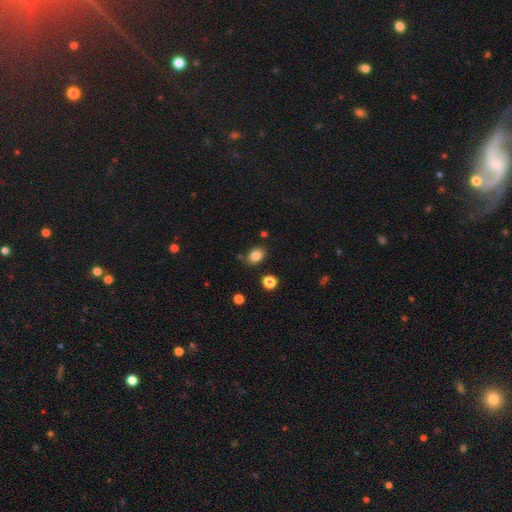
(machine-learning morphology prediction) Smooth or featured: smooth — 83% (star or artifact — 10%)
How rounded: in between — 70% (round — 29%)
Merging: none — 79% (minor disturbance — 13%)